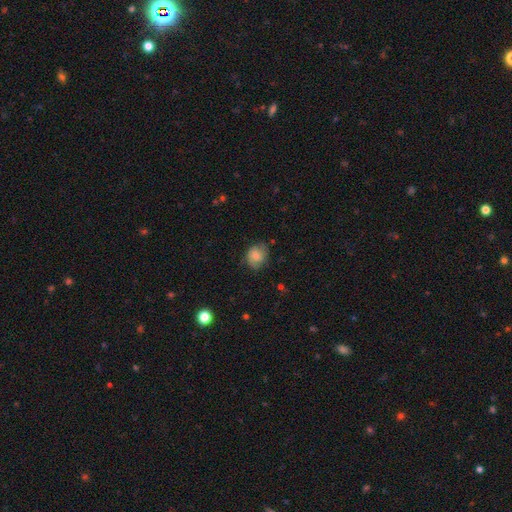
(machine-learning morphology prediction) Smooth or featured?
  - smooth: 73% *
  - featured or disk: 18%
  - star or artifact: 9%
How rounded?
  - round: 61% *
  - in between: 38%
  - cigar-shaped: 1%
Merging?
  - none: 67% *
  - minor disturbance: 26%
  - major disturbance: 6%
  - merger: 1%